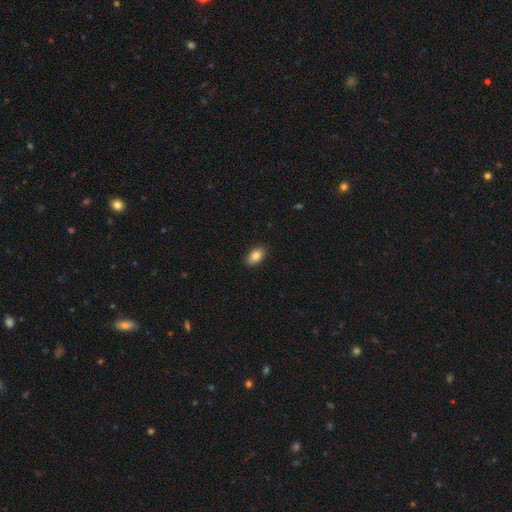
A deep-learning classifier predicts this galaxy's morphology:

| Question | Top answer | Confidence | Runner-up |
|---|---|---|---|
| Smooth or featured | smooth | 85% | star or artifact (8%) |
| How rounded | in between | 92% | round (7%) |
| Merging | none | 89% | minor disturbance (8%) |